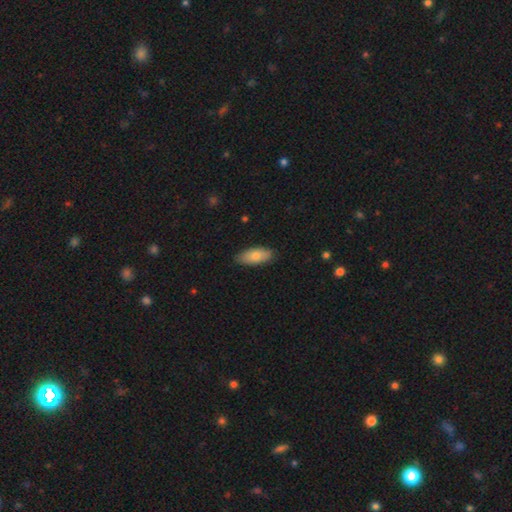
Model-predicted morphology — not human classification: The model was most divided on "smooth or featured": smooth: 78%, featured or disk: 16%, star or artifact: 6%. More confident: how rounded — in between (86%); merging — none (84%).